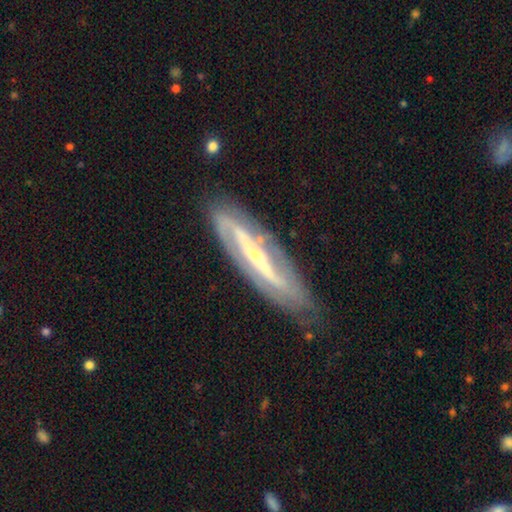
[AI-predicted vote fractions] Smooth or featured? featured or disk (86%)
Edge-on disk? no (74%)
Bar? strong (66%)
Spiral arms? yes (90%)
Spiral winding? medium (40%)
Spiral arm count? 2 (82%)
Bulge size? small (59%)
Merging? none (78%)